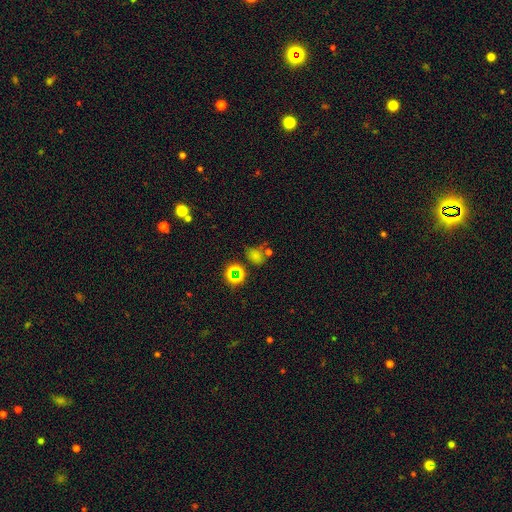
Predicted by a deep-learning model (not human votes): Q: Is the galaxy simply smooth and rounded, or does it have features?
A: smooth — 57%.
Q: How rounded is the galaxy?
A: round — 51%.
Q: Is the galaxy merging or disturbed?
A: none — 55%.